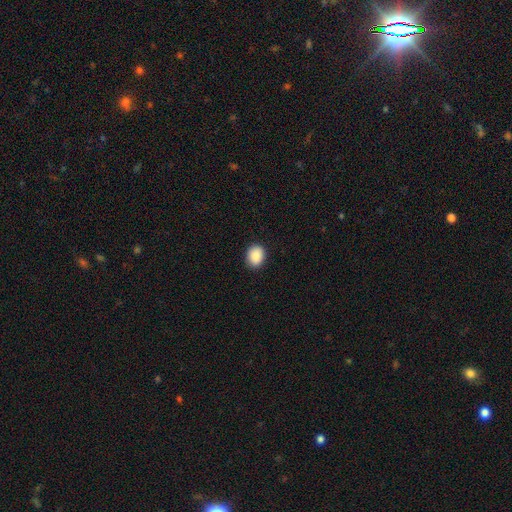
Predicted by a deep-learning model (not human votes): Smooth or featured? Predicted: smooth (p=0.90). How rounded? Predicted: in between (p=0.52). Merging? Predicted: none (p=0.89).